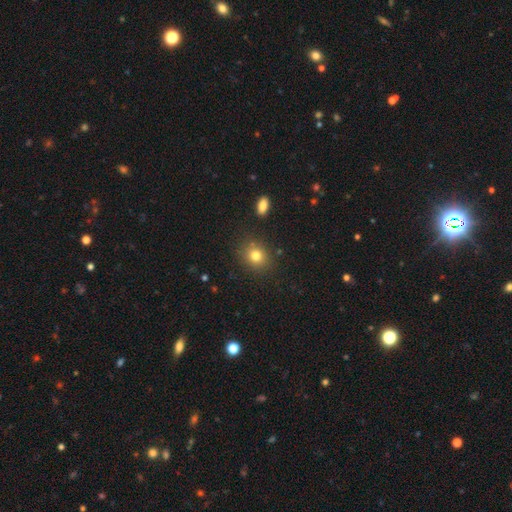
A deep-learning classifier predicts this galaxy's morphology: This is likely a smooth galaxy (79%). How rounded: likely round (72%). Merging: clearly none (84%).